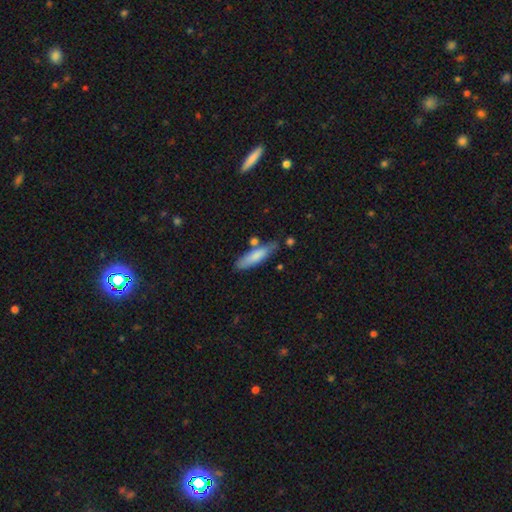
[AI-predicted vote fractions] This is likely a smooth galaxy (77%). How rounded: likely cigar-shaped (68%). Merging: likely none (68%).